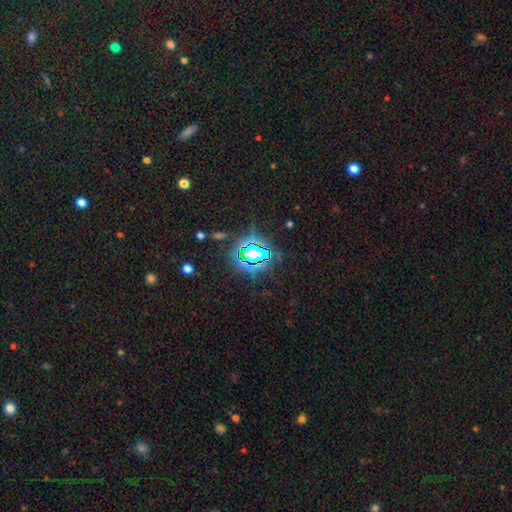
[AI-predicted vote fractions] smooth_or_featured: star or artifact (p=0.78) [alt: smooth p=0.14]